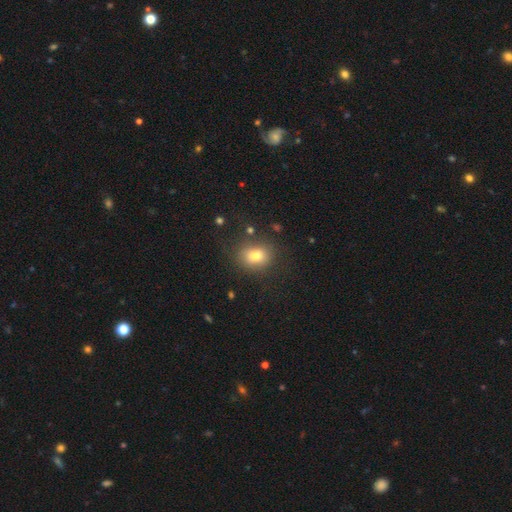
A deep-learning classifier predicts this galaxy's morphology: Smooth or featured: smooth — 78% (star or artifact — 12%)
How rounded: round — 61% (in between — 38%)
Merging: none — 80% (minor disturbance — 12%)